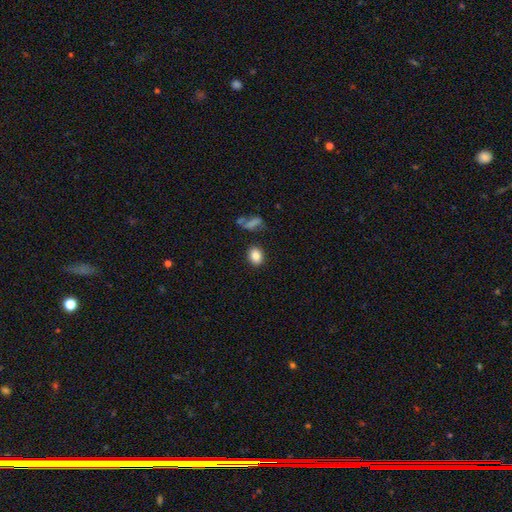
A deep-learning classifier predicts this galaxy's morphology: smooth-or-featured: smooth: 84% | star or artifact: 10% | featured or disk: 7%
  how-rounded: in between: 56% | round: 42% | cigar-shaped: 1%
  merging: none: 85% | minor disturbance: 9% | merger: 3% | major disturbance: 3%